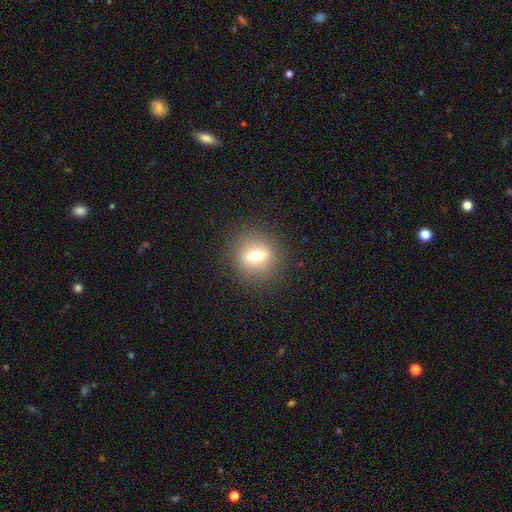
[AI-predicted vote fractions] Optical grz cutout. It shows a smooth galaxy with no disk features (47%). Merging: none (87%).